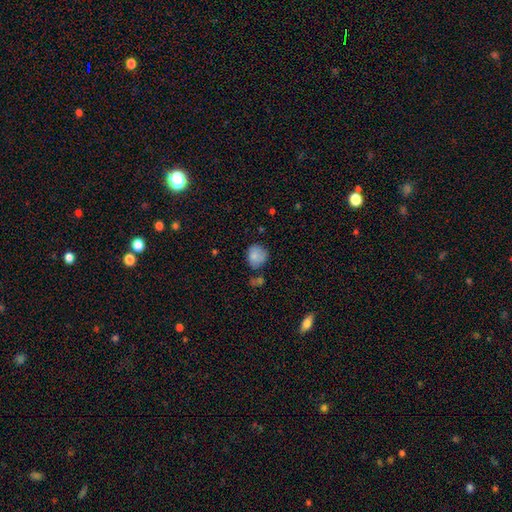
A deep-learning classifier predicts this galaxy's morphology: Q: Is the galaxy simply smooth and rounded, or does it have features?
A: smooth — 81%.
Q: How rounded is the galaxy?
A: round — 71%.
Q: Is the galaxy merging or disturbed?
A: none — 61%.